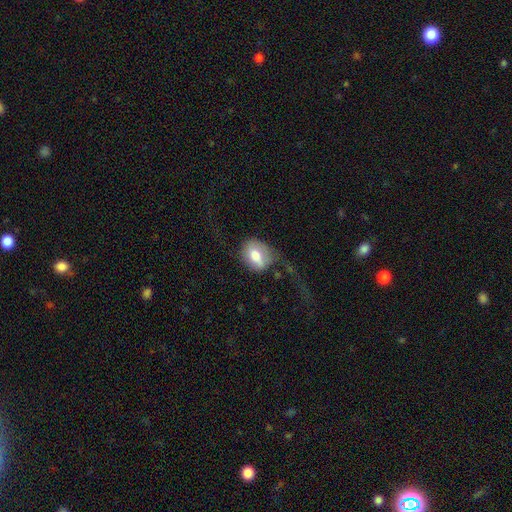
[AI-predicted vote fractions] Overall: smooth (70%). How rounded: in between (67%; round 31%). Merging: none (37%; major disturbance 36%).